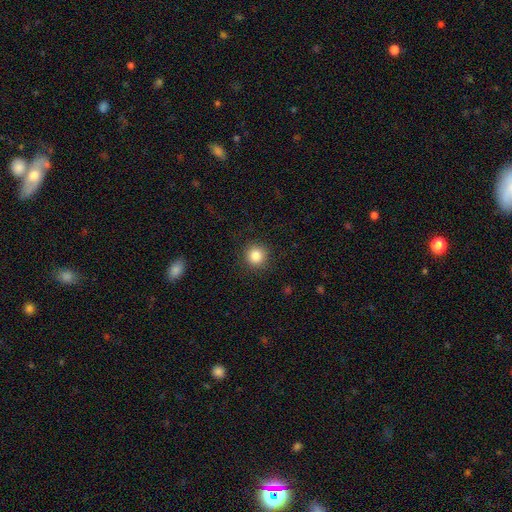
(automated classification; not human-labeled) The model was most divided on "smooth or featured": smooth: 85%, star or artifact: 11%, featured or disk: 5%. More confident: how rounded — round (94%); merging — none (90%).